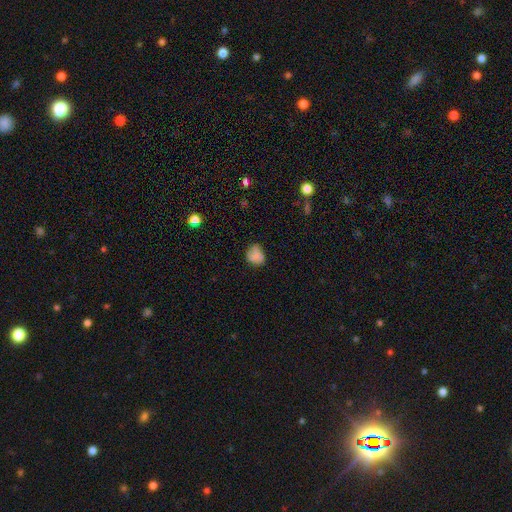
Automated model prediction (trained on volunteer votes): The model was most divided on "how rounded": round: 60%, in between: 39%, cigar-shaped: 1%. More confident: smooth or featured — smooth (76%); merging — none (57%).